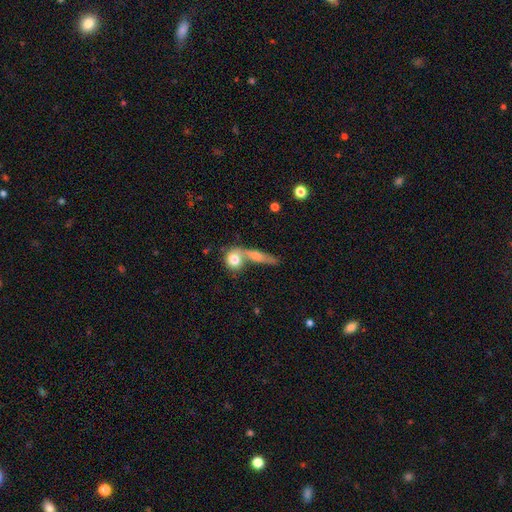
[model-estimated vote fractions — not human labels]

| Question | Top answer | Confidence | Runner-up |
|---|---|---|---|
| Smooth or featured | smooth | 60% | featured or disk (32%) |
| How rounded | cigar-shaped | 42% | in between (29%) |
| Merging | merger | 47% | none (36%) |